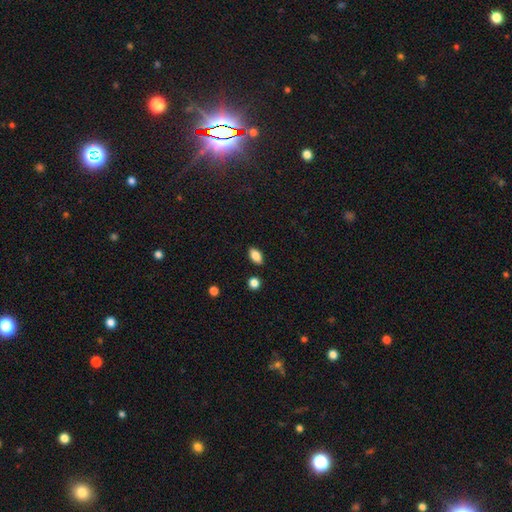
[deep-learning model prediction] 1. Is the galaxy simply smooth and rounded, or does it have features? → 83% smooth, 8% star or artifact, 8% featured or disk.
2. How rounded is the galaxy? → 89% in between, 6% round, 5% cigar-shaped.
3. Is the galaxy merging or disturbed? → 87% none, 9% minor disturbance, 2% merger, 2% major disturbance.